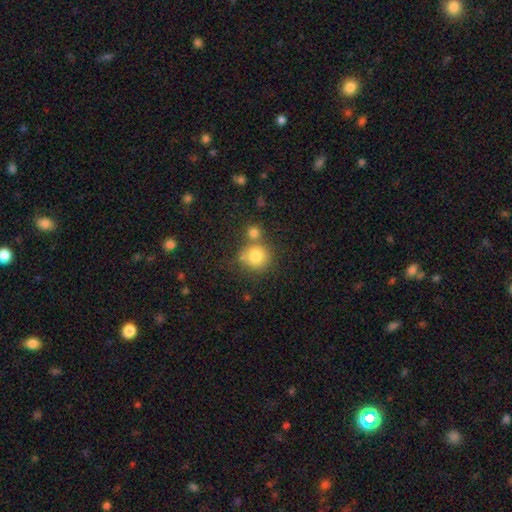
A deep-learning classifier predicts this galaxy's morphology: Smooth or featured?
  - smooth: 79% *
  - star or artifact: 11%
  - featured or disk: 10%
How rounded?
  - round: 90% *
  - in between: 10%
  - cigar-shaped: 1%
Merging?
  - none: 58% *
  - merger: 26%
  - minor disturbance: 12%
  - major disturbance: 4%